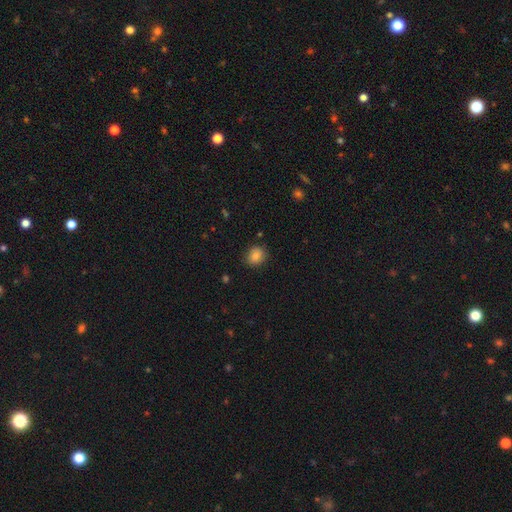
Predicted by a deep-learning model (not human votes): Q: Smooth or featured?
A: smooth (82%); runner-up: star or artifact (11%)
Q: How rounded?
A: round (72%); runner-up: in between (27%)
Q: Merging?
A: none (86%); runner-up: minor disturbance (11%)